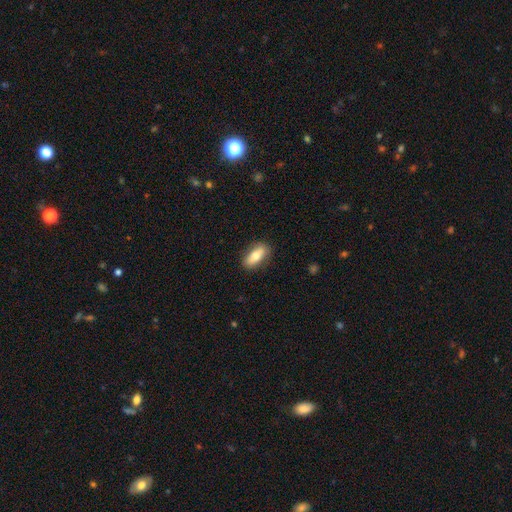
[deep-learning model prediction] This is likely a smooth galaxy (73%). How rounded: clearly in between (80%). Merging: clearly none (86%).